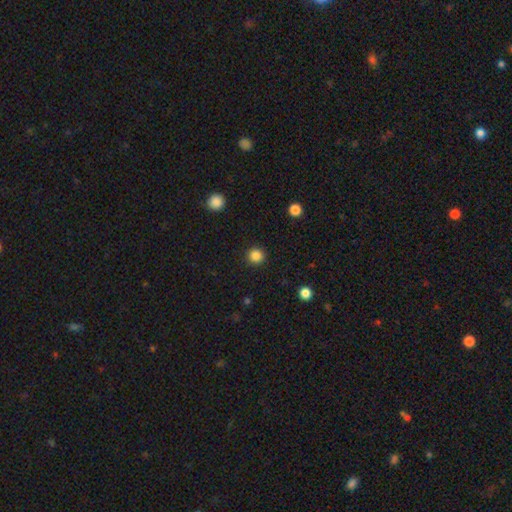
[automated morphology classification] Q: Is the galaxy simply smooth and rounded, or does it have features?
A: smooth — 86%.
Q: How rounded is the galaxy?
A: round — 94%.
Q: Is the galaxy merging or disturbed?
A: none — 92%.